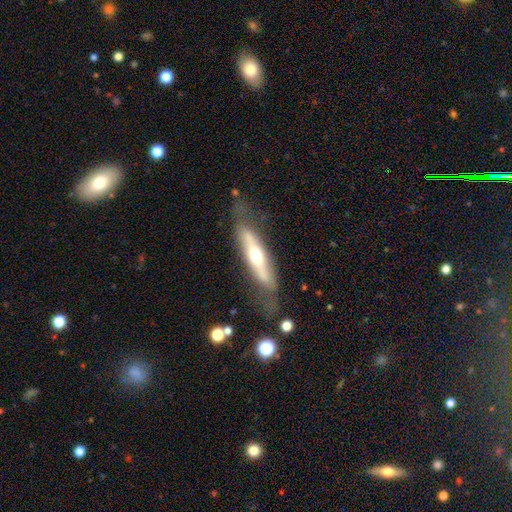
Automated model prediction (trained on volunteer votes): Morphology: type=featured or disk (61%); edge-on=yes (65%); merging=none (63%).